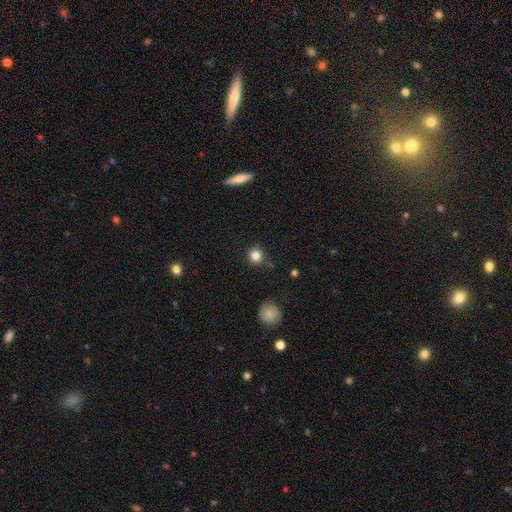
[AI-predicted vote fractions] Morphology: type=smooth (83%); roundness=round (94%); merging=none (84%).